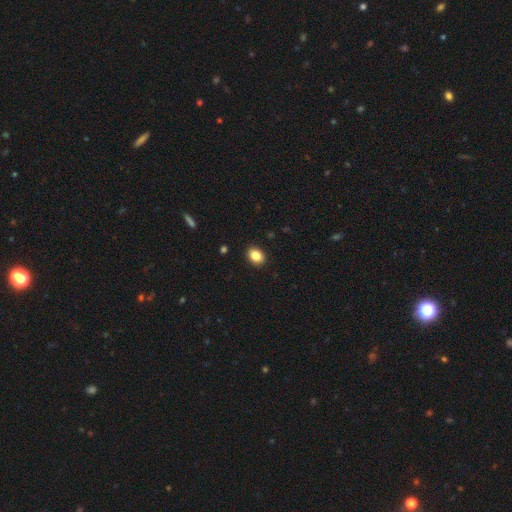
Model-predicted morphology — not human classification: A smooth galaxy with no disk features (86%) that is in between round and cigar-shaped (67%). Merging: none (91%).